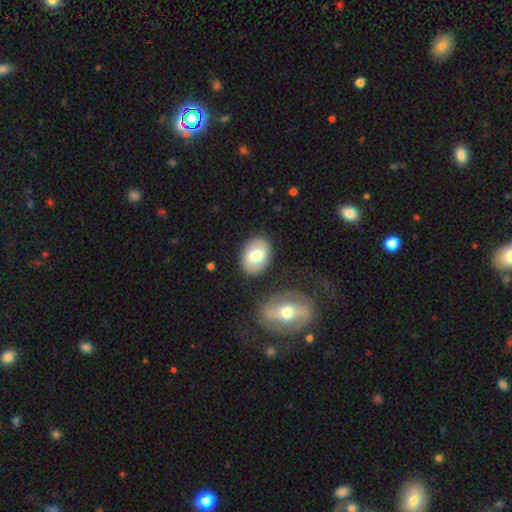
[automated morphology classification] A smooth galaxy with no disk features (72%) that is in between round and cigar-shaped (75%).

Vote fractions:
- Smooth or featured? smooth: 72% / featured or disk: 22% / star or artifact: 7%
- How rounded? in between: 75% / round: 23% / cigar-shaped: 1%
- Merging? none: 84% / minor disturbance: 9% / merger: 4% / major disturbance: 3%